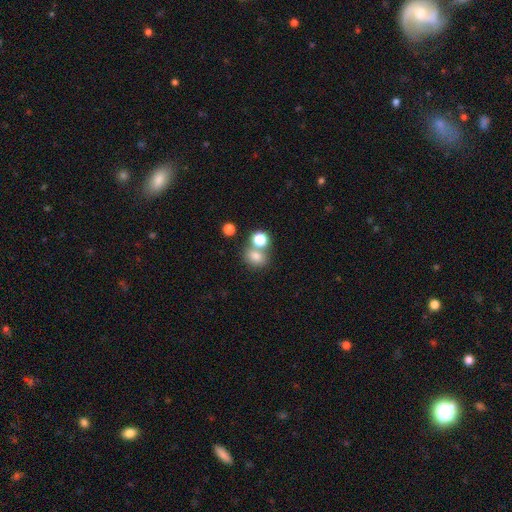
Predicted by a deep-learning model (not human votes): A smooth galaxy with no disk features (77%) that is round (57%). Merging: none (54%).